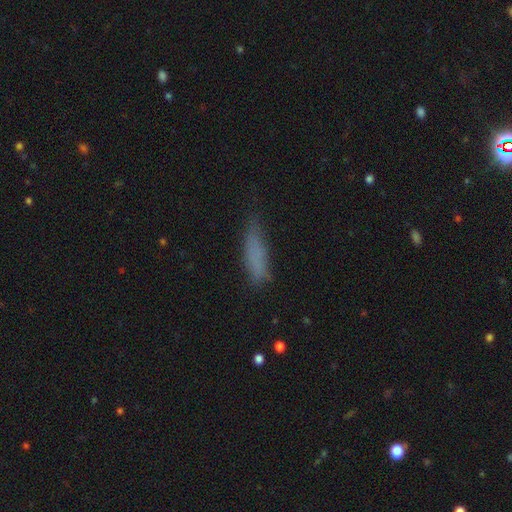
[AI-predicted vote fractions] Morphology: type=smooth (73%); roundness=cigar-shaped (70%); merging=none (61%).